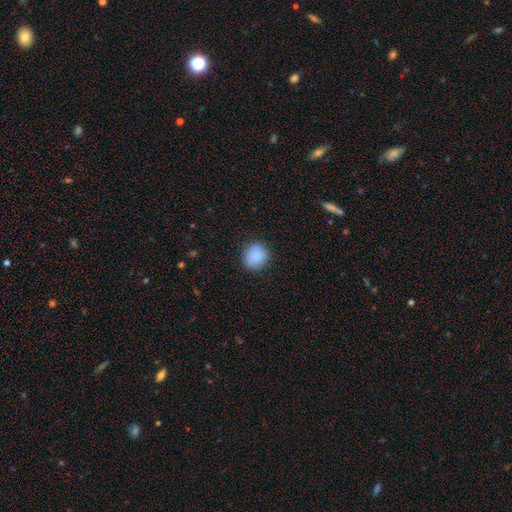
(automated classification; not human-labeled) This is clearly a smooth galaxy (89%). How rounded: clearly round (82%). Merging: clearly none (87%).